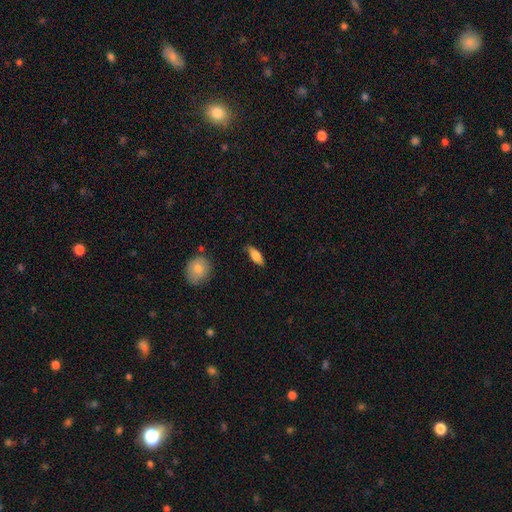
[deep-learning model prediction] The model was most divided on "how rounded": in between: 74%, cigar-shaped: 23%, round: 3%. More confident: merging — none (80%); smooth or featured — smooth (76%).